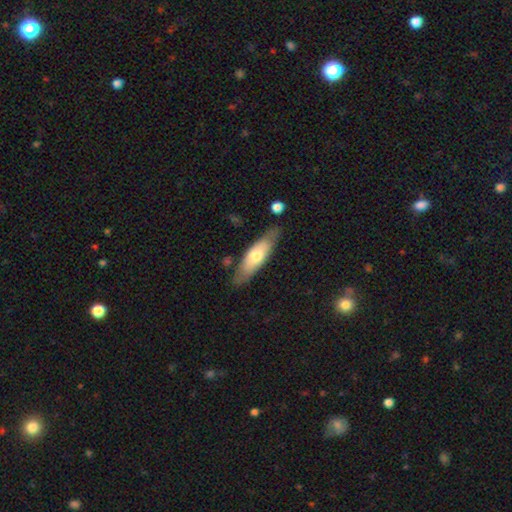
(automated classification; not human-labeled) Smooth or featured? smooth (58%)
How rounded? cigar-shaped (53%)
Merging? none (77%)